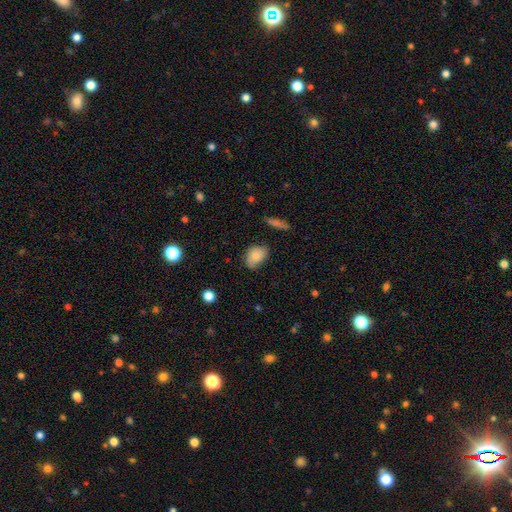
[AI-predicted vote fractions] The model was most divided on "merging": none: 56%, minor disturbance: 34%, major disturbance: 8%, merger: 2%. More confident: smooth or featured — smooth (75%); how rounded — in between (71%).